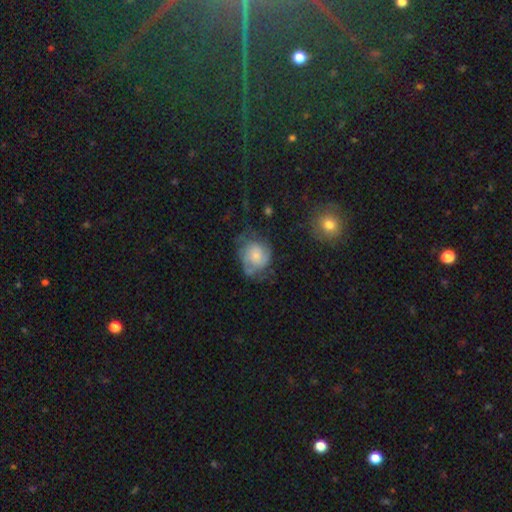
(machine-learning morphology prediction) A featured or disk galaxy (50%). Merging: none (43%).